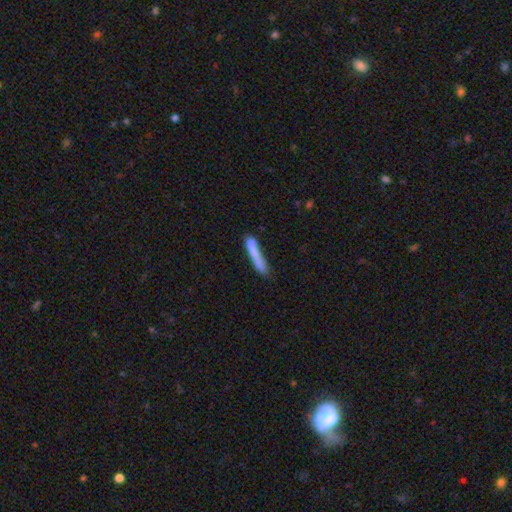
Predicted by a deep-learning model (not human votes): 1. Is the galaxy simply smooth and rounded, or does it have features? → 70% smooth, 23% featured or disk, 8% star or artifact.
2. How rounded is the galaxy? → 92% cigar-shaped, 6% in between, 2% round.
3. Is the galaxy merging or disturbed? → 56% none, 20% minor disturbance, 16% merger, 8% major disturbance.